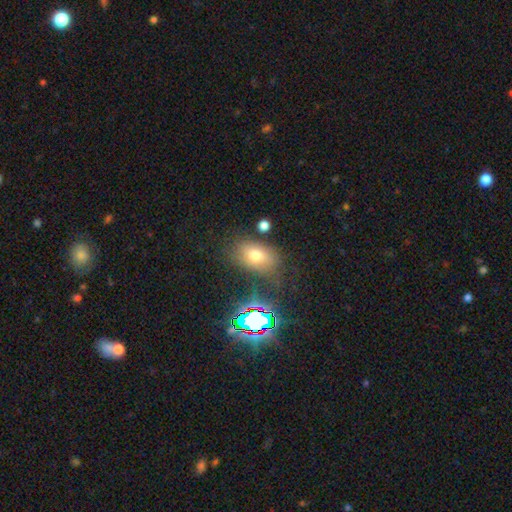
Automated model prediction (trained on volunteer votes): Smooth or featured? Predicted: smooth (p=0.66). How rounded? Predicted: in between (p=0.83). Merging? Predicted: none (p=0.72).